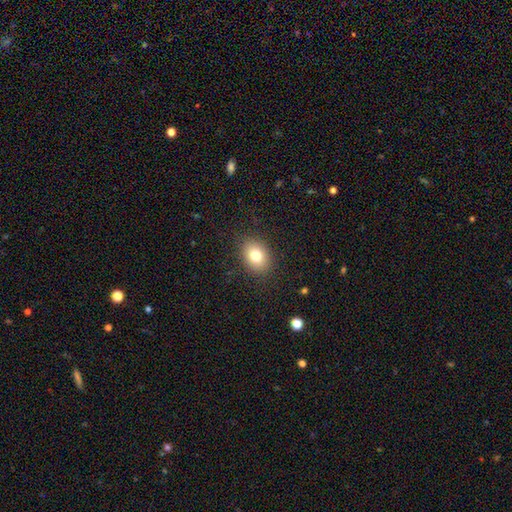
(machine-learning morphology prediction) This appears to be a smooth galaxy with no disk features (79%) that is in between round and cigar-shaped (63%). Merging: none (87%).